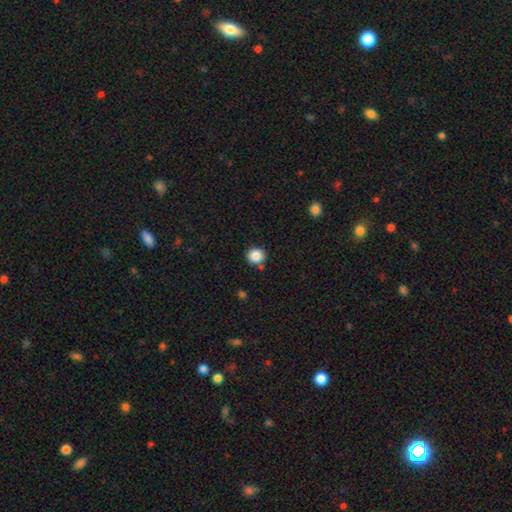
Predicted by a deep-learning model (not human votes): Overall: smooth (86%). How rounded: round (91%). Merging: none (83%).